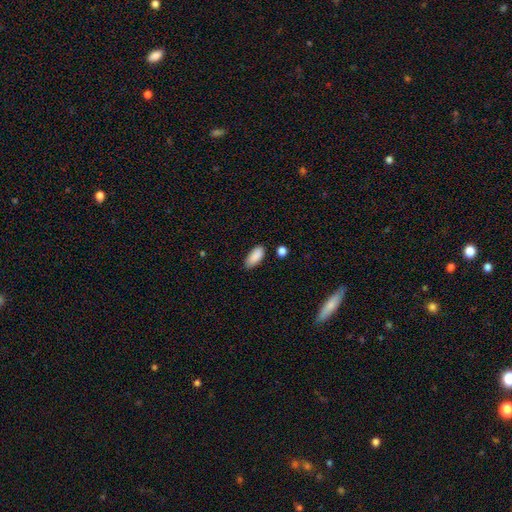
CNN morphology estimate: A smooth galaxy with no disk features (89%) that is in between round and cigar-shaped (87%). Merging: none (75%).